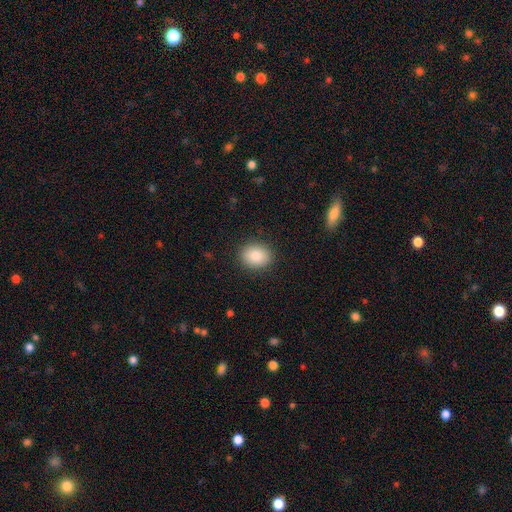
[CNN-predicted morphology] Overall: smooth (85%). How rounded: round (56%; in between 43%). Merging: none (89%).